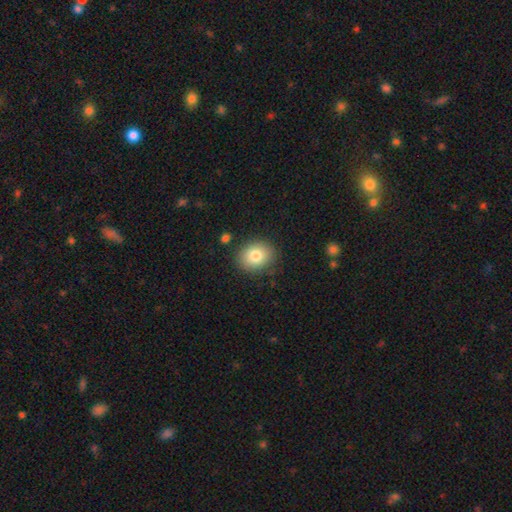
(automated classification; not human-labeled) smooth-or-featured: smooth: 80% | featured or disk: 11% | star or artifact: 9%
  how-rounded: round: 56% | in between: 43% | cigar-shaped: 1%
  merging: none: 86% | minor disturbance: 9% | major disturbance: 3% | merger: 2%